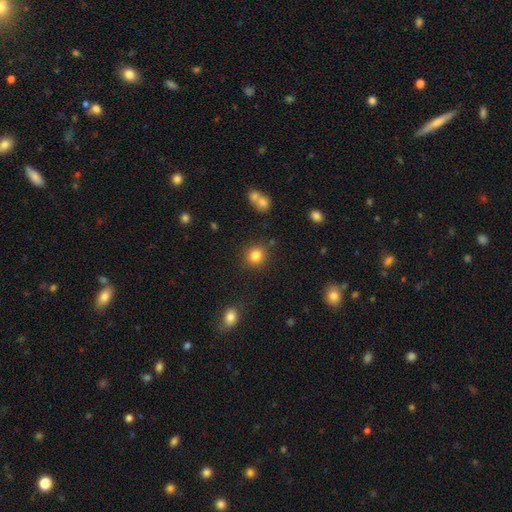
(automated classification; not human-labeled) Smooth or featured: smooth — 83% (star or artifact — 11%)
How rounded: round — 86% (in between — 14%)
Merging: none — 85% (minor disturbance — 8%)